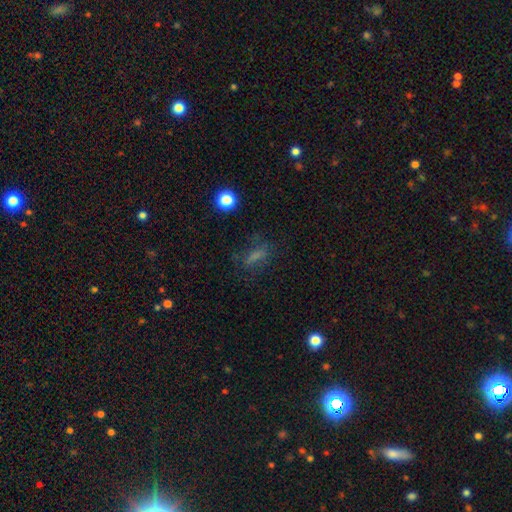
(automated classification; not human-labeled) smooth_or_featured: smooth (p=0.59) [alt: star or artifact p=0.22]
how_rounded: in between (p=0.46) [alt: cigar-shaped p=0.42]
merging: none (p=0.68) [alt: minor disturbance p=0.17]